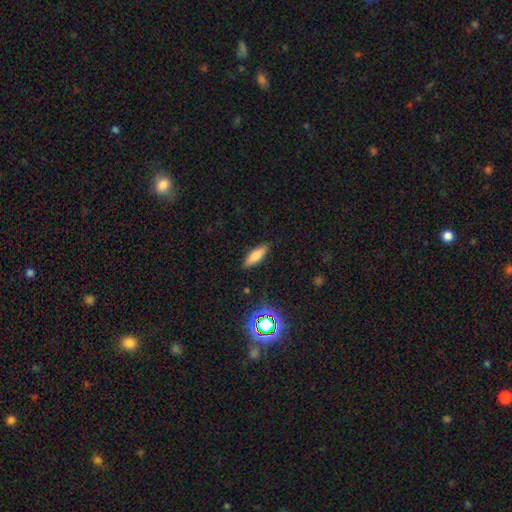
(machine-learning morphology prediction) Overall: smooth (75%). How rounded: in between (52%; cigar-shaped 46%). Merging: none (86%).